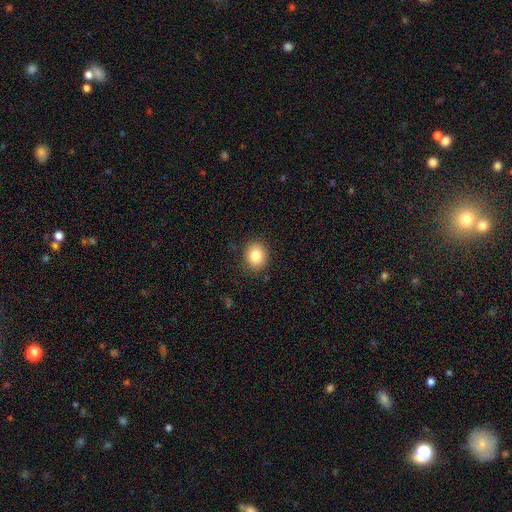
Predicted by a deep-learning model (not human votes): A smooth galaxy with no disk features (84%) that is round (65%).

Vote fractions:
- Smooth or featured? smooth: 84% / star or artifact: 10% / featured or disk: 7%
- How rounded? round: 65% / in between: 34% / cigar-shaped: 1%
- Merging? none: 87% / minor disturbance: 10% / major disturbance: 3% / merger: 1%